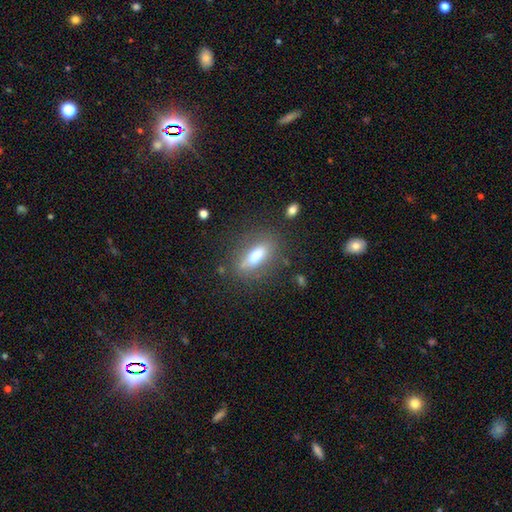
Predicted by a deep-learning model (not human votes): Smooth or featured? Predicted: smooth (p=0.65). How rounded? Predicted: in between (p=0.61). Merging? Predicted: none (p=0.76).